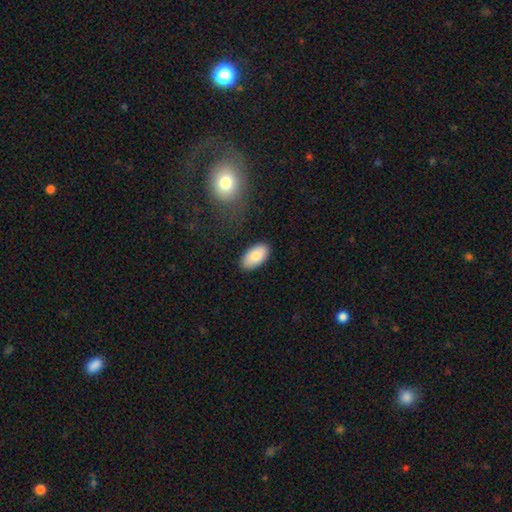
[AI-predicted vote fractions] Smooth or featured: smooth — 83% (featured or disk — 11%)
How rounded: in between — 95% (round — 3%)
Merging: none — 86% (minor disturbance — 10%)